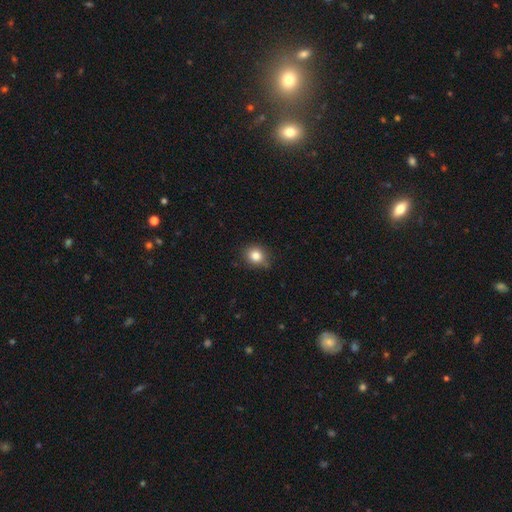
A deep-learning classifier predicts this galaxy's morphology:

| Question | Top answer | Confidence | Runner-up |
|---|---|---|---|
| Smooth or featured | smooth | 83% | star or artifact (11%) |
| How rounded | round | 79% | in between (20%) |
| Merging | none | 78% | minor disturbance (17%) |